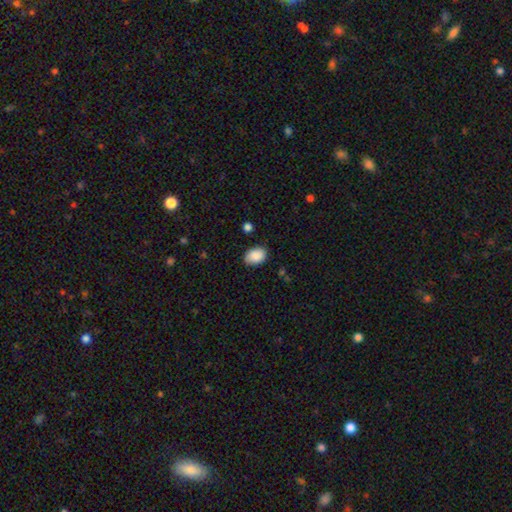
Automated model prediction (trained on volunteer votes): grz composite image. It shows a smooth galaxy with no disk features (89%) that is in between round and cigar-shaped (78%). Merging: none (81%).